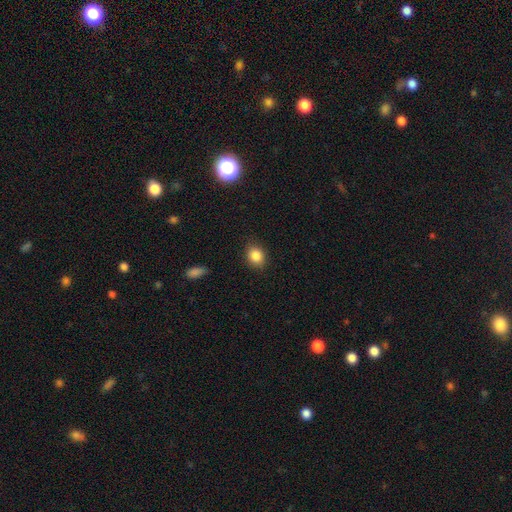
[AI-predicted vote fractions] This appears to be a smooth galaxy with no disk features (86%) that is round (54%). Merging: none (87%).